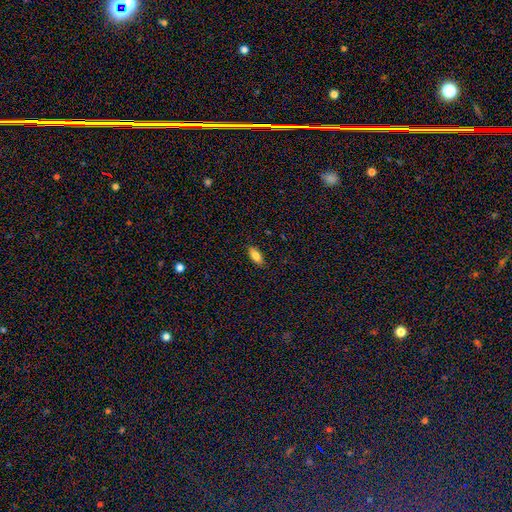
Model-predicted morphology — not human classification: Smooth or featured: smooth — 82% (featured or disk — 11%)
How rounded: in between — 85% (cigar-shaped — 12%)
Merging: none — 88% (minor disturbance — 10%)